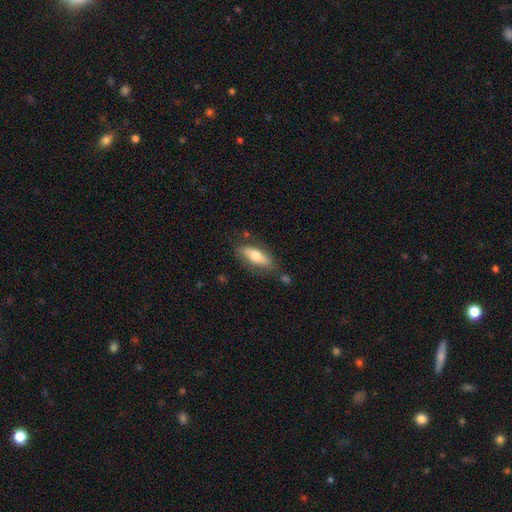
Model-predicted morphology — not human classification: smooth 62%, featured or disk 32%, star or artifact 6%. Down the decision tree: how rounded — in between (63%); merging — none (73%).